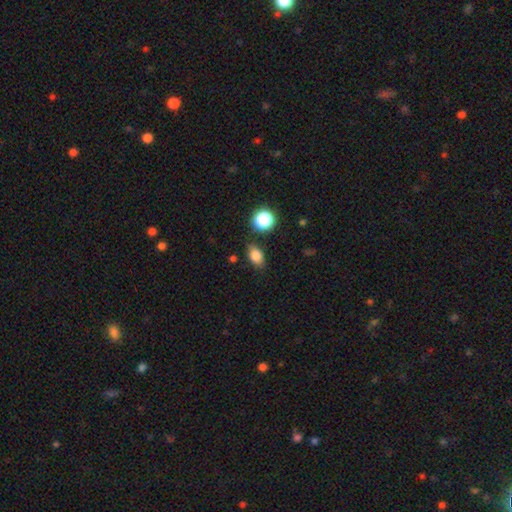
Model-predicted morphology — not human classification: A smooth galaxy with no disk features (80%) that is in between round and cigar-shaped (80%).

Vote fractions:
- Smooth or featured? smooth: 80% / star or artifact: 11% / featured or disk: 9%
- How rounded? in between: 80% / round: 17% / cigar-shaped: 3%
- Merging? none: 83% / minor disturbance: 11% / merger: 4% / major disturbance: 3%